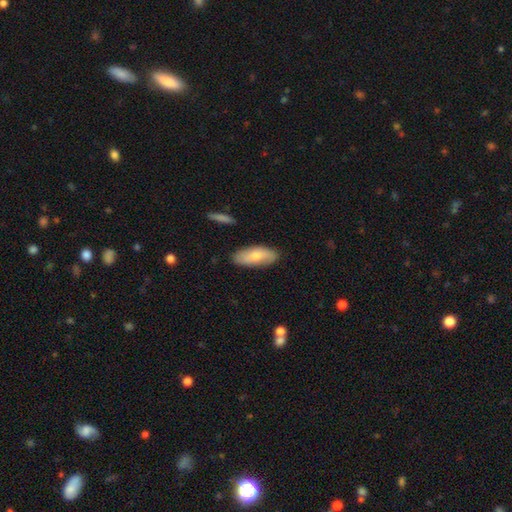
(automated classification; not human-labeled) Morphology: type=smooth (71%); roundness=in between (82%); merging=none (83%).